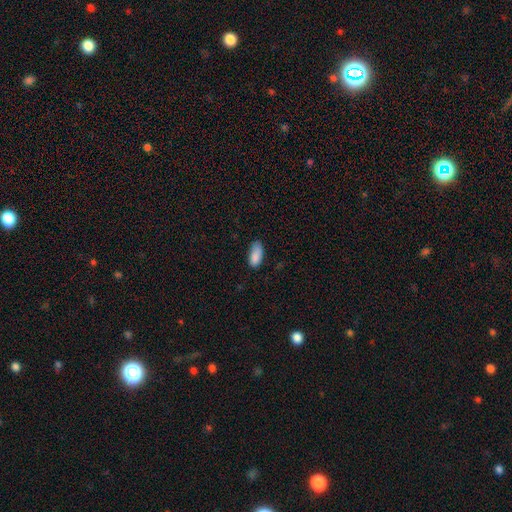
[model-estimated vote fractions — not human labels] The model was most divided on "merging": none: 62%, minor disturbance: 30%, major disturbance: 6%, merger: 2%. More confident: how rounded — in between (89%); smooth or featured — smooth (87%).